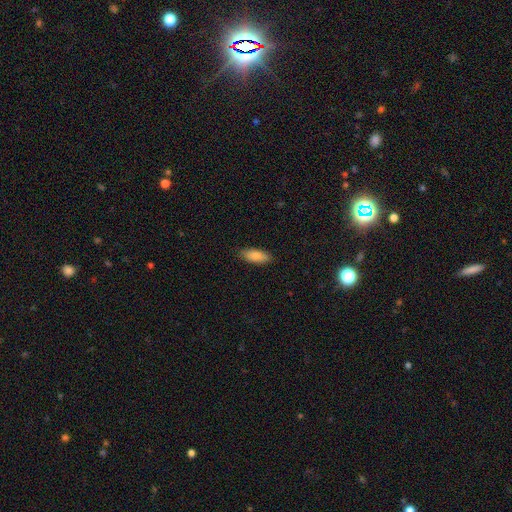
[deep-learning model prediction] Smooth or featured? smooth (86%)
How rounded? in between (77%)
Merging? none (88%)